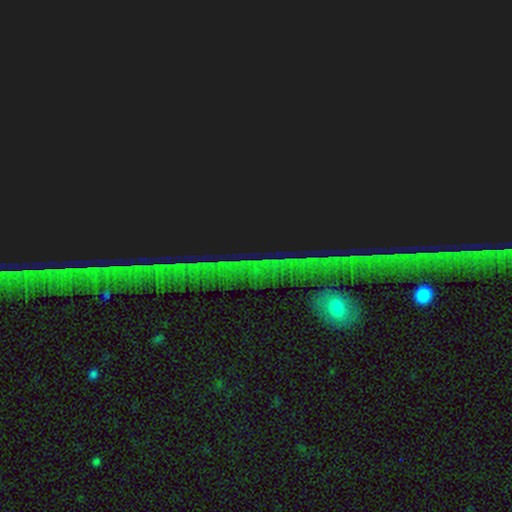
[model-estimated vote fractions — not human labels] smooth_or_featured: star or artifact (p=0.84) [alt: featured or disk p=0.08]